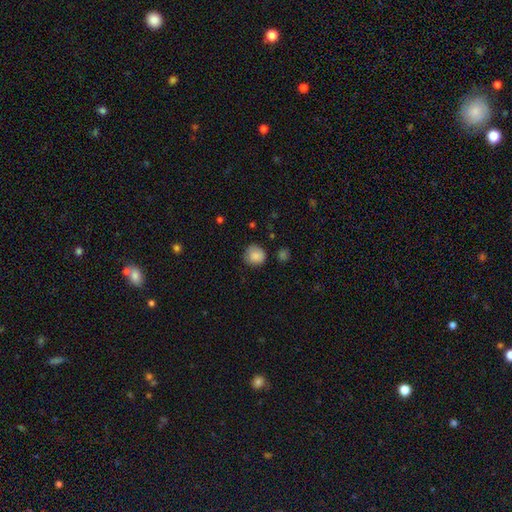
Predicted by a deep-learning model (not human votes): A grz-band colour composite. It shows a smooth galaxy with no disk features (86%) that is round (87%). Merging: none (73%).